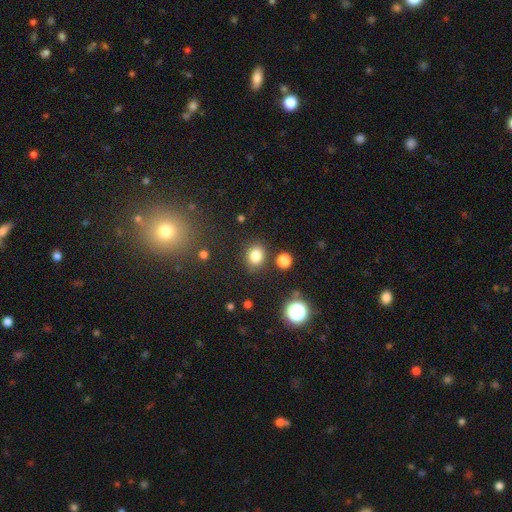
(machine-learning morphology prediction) Smooth or featured?
  - smooth: 81% *
  - star or artifact: 13%
  - featured or disk: 6%
How rounded?
  - round: 62% *
  - in between: 37%
  - cigar-shaped: 1%
Merging?
  - none: 81% *
  - minor disturbance: 11%
  - merger: 5%
  - major disturbance: 3%